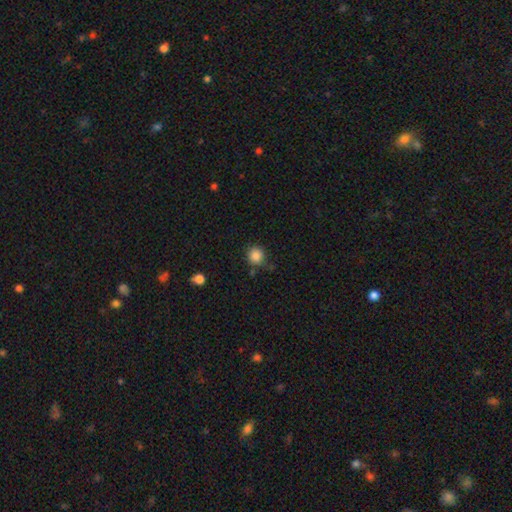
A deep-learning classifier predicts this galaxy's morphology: Q: Smooth or featured?
A: smooth (85%); runner-up: star or artifact (10%)
Q: How rounded?
A: round (91%); runner-up: in between (8%)
Q: Merging?
A: none (74%); runner-up: minor disturbance (17%)